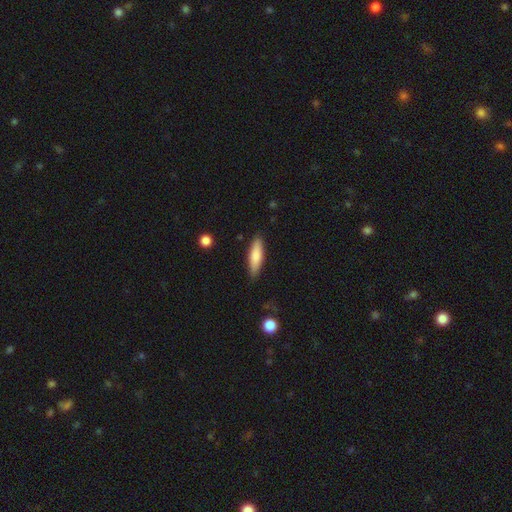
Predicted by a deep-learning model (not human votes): Smooth or featured: smooth — 80% (featured or disk — 15%)
How rounded: cigar-shaped — 63% (in between — 35%)
Merging: none — 85% (minor disturbance — 11%)